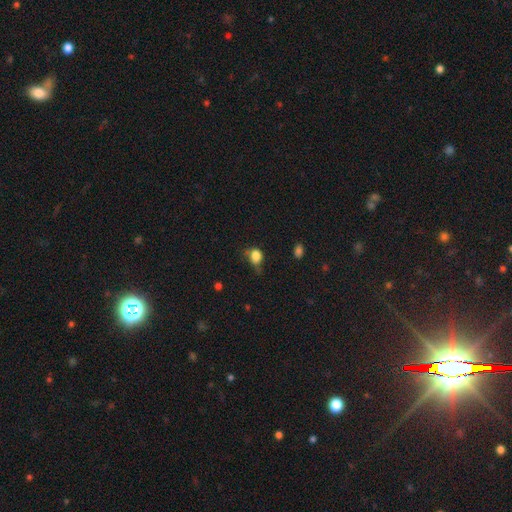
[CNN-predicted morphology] Smooth or featured? Predicted: smooth (p=0.81). How rounded? Predicted: round (p=0.55). Merging? Predicted: minor disturbance (p=0.38).